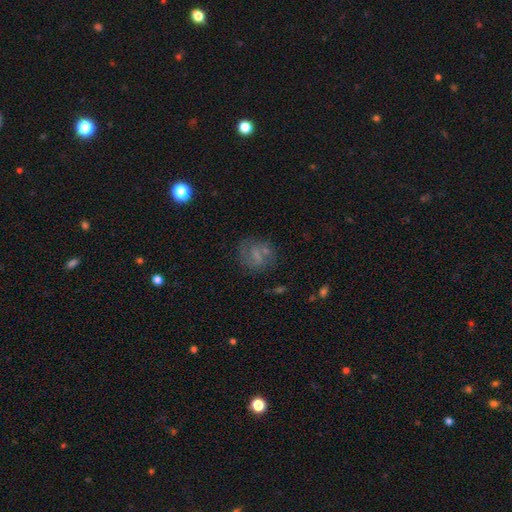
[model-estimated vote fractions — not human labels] This appears to be a smooth galaxy with no disk features (48%). Merging: none (64%).